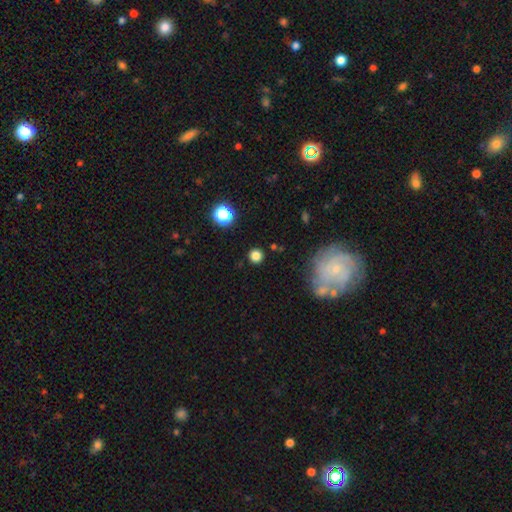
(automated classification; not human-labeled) smooth_or_featured: smooth (p=0.80) [alt: star or artifact p=0.15]
how_rounded: round (p=0.94) [alt: in between p=0.05]
merging: none (p=0.89) [alt: minor disturbance p=0.06]